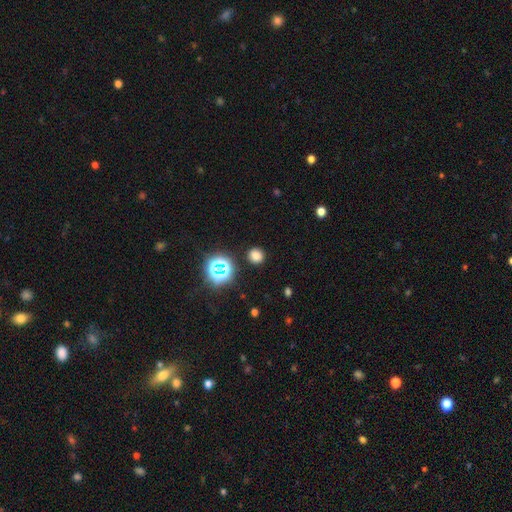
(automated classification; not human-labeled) Smooth or featured? smooth (73%)
How rounded? round (87%)
Merging? none (89%)